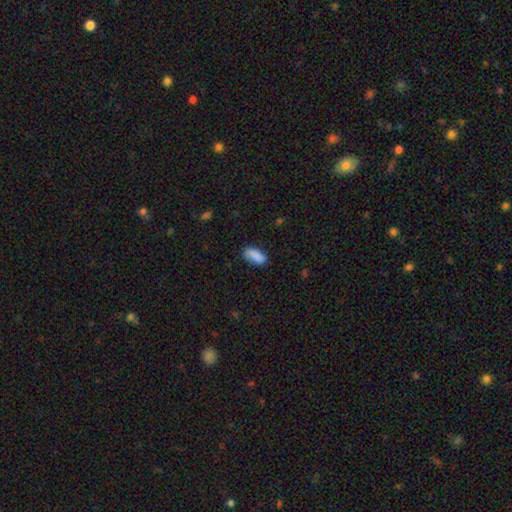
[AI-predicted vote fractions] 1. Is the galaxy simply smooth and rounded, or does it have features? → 89% smooth, 7% star or artifact, 4% featured or disk.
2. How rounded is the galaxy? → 83% in between, 15% cigar-shaped, 2% round.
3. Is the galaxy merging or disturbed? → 81% none, 14% minor disturbance, 3% major disturbance, 1% merger.